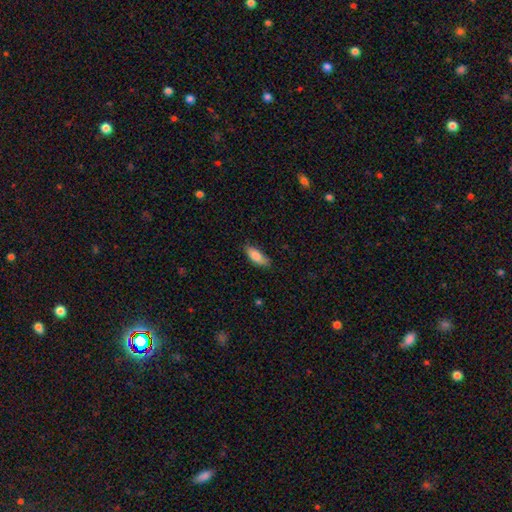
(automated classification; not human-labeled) This appears to be a smooth galaxy with no disk features (83%) that is in between round and cigar-shaped (72%). Merging: none (74%).